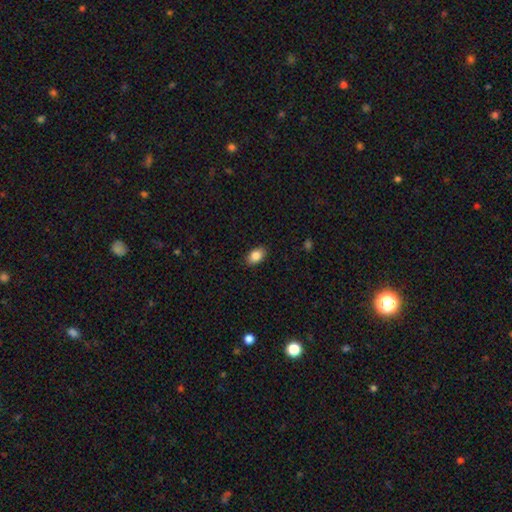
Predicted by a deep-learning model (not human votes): The model was most divided on "how rounded": in between: 88%, round: 11%, cigar-shaped: 1%. More confident: merging — none (88%); smooth or featured — smooth (87%).